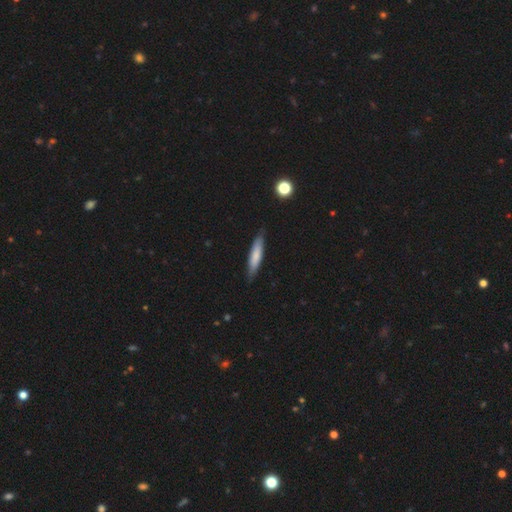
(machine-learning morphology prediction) This appears to be a smooth galaxy with no disk features (74%) that is cigar-shaped (82%). Merging: none (84%).